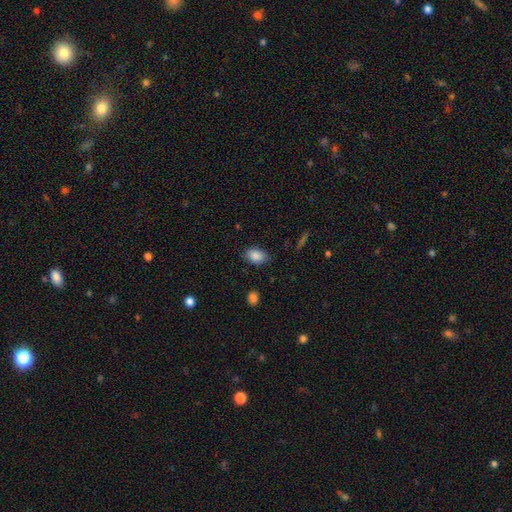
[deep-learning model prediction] Q: Smooth or featured?
A: smooth (87%); runner-up: star or artifact (8%)
Q: How rounded?
A: in between (84%); runner-up: round (14%)
Q: Merging?
A: none (80%); runner-up: minor disturbance (15%)